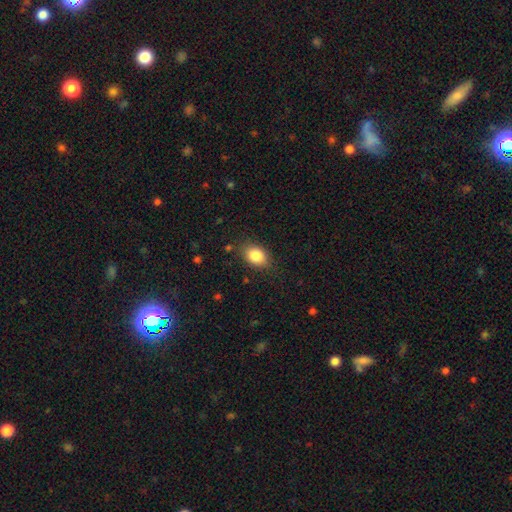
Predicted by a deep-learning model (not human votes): This appears to be a smooth galaxy with no disk features (85%) that is in between round and cigar-shaped (78%). Merging: none (82%).